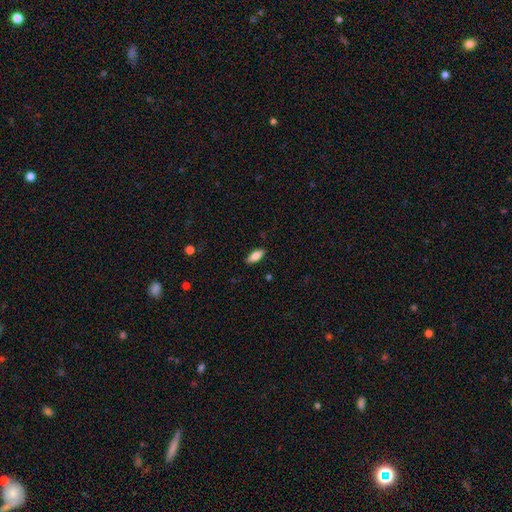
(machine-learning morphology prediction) type=smooth (78%); roundness=in between (82%); merging=none (88%).